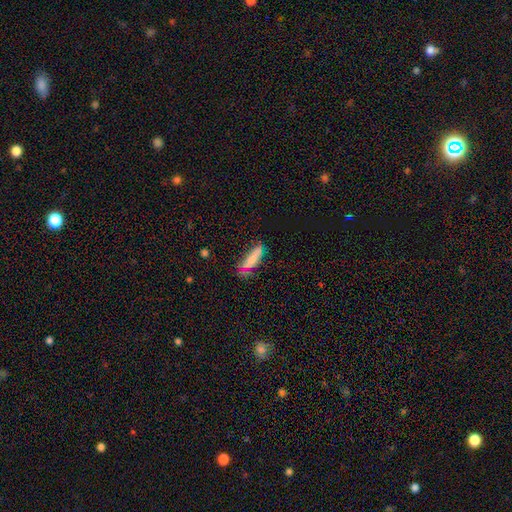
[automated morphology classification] smooth_or_featured: smooth (p=0.64) [alt: featured or disk p=0.24]
how_rounded: cigar-shaped (p=0.66) [alt: in between p=0.32]
merging: none (p=0.51) [alt: minor disturbance p=0.28]